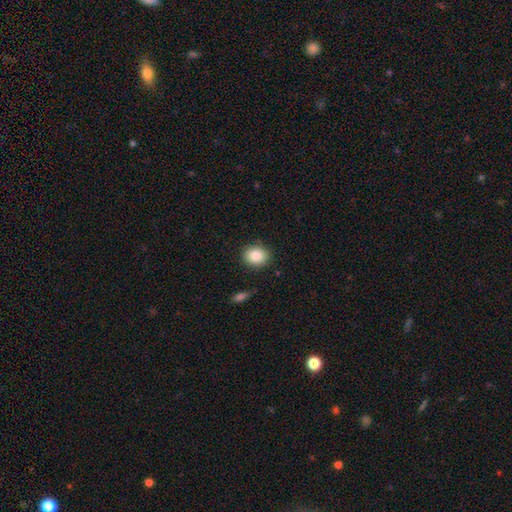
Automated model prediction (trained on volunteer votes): smooth 86%, star or artifact 8%, featured or disk 5%. Down the decision tree: how rounded — round (63%); merging — none (87%).